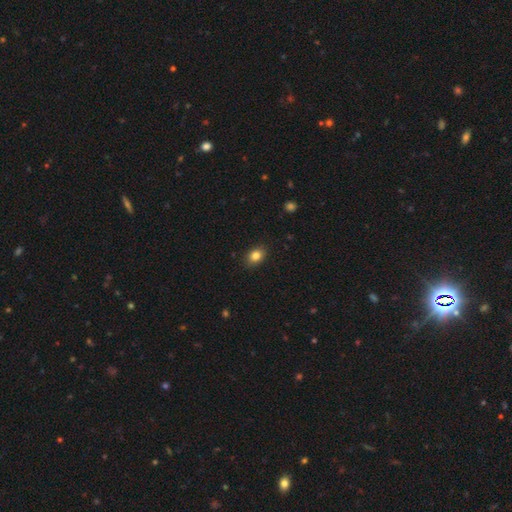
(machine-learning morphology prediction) Smooth or featured?
  - smooth: 84% *
  - star or artifact: 10%
  - featured or disk: 6%
How rounded?
  - in between: 68% *
  - round: 31%
  - cigar-shaped: 1%
Merging?
  - none: 88% *
  - minor disturbance: 9%
  - major disturbance: 2%
  - merger: 1%